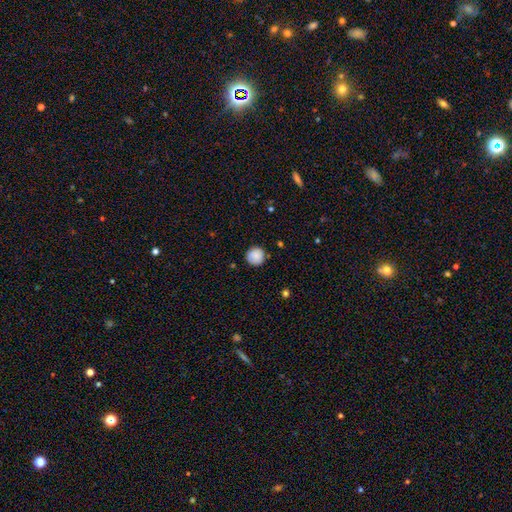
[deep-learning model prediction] Smooth or featured? smooth (87%)
How rounded? round (94%)
Merging? none (86%)